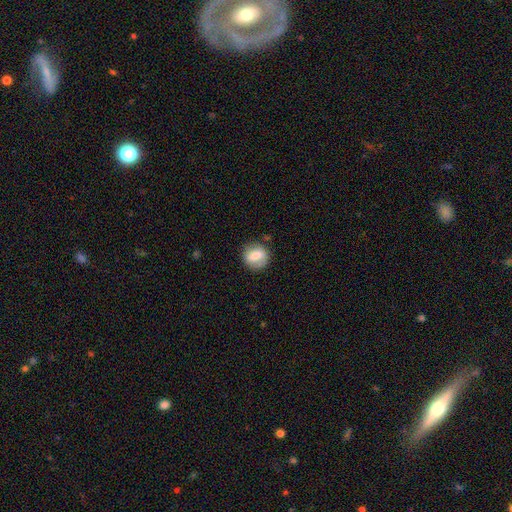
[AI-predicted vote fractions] A smooth galaxy with no disk features (69%) that is round (73%). Merging: none (76%).